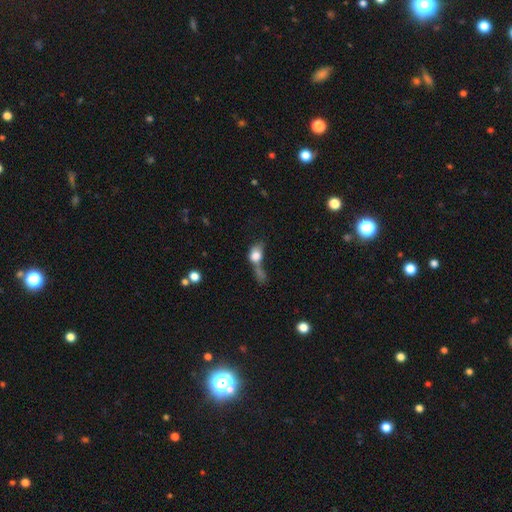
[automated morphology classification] smooth_or_featured: smooth (p=0.71) [alt: featured or disk p=0.19]
how_rounded: in between (p=0.61) [alt: round p=0.33]
merging: merger (p=0.47) [alt: major disturbance p=0.26]